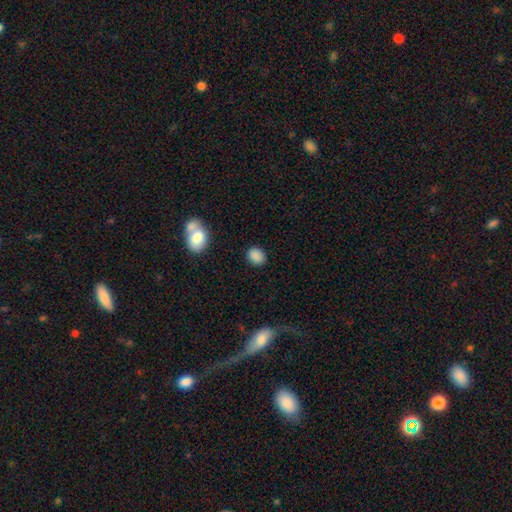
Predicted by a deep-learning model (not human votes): Morphology: type=smooth (87%); roundness=round (50%); merging=none (84%).